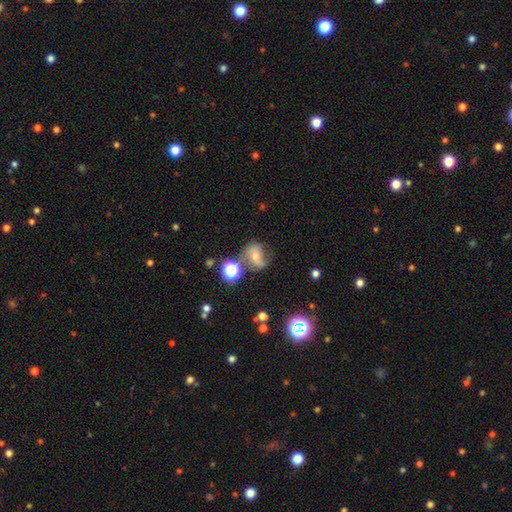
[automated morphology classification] smooth-or-featured: featured or disk: 47% | smooth: 31% | star or artifact: 22%
  merging: none: 55% | minor disturbance: 22% | major disturbance: 13% | merger: 10%